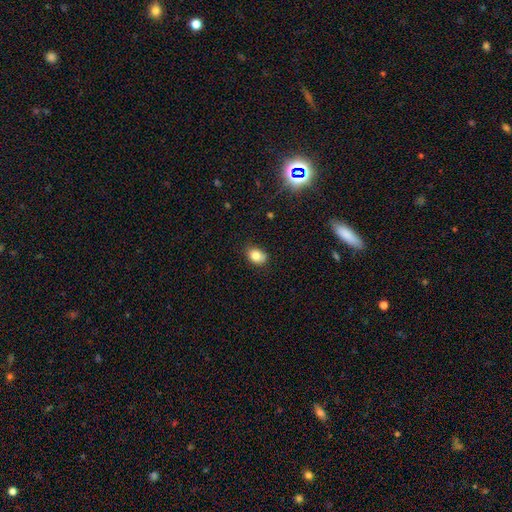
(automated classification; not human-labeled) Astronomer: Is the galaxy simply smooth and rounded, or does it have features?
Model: smooth — 81%.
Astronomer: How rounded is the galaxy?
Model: in between — 67%.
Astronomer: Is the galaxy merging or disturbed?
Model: none — 73%.